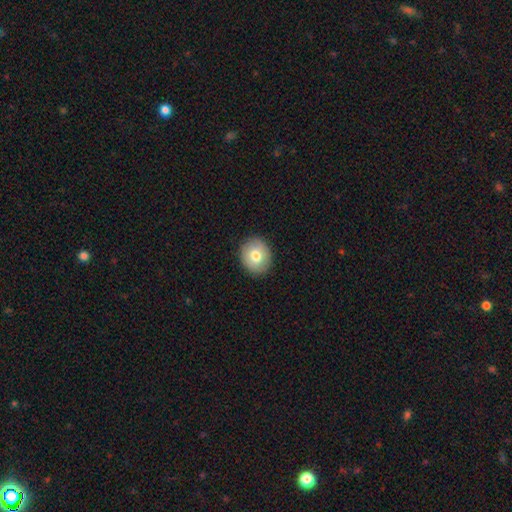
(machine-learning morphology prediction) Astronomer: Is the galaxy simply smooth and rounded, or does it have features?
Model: smooth — 76%.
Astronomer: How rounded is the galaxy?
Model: round — 74%.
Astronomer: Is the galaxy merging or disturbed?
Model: none — 90%.